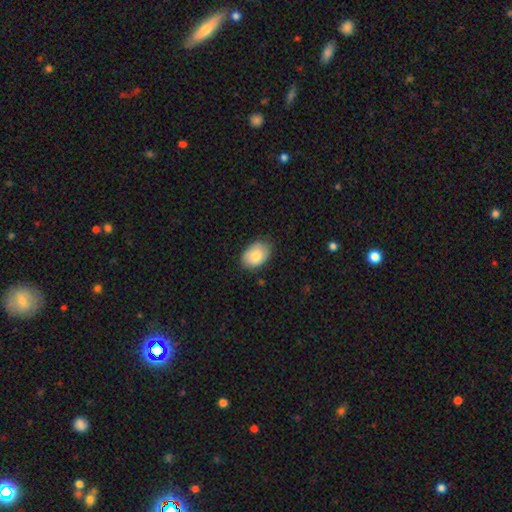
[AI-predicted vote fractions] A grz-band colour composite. It shows a smooth galaxy with no disk features (81%) that is in between round and cigar-shaped (82%). Merging: none (81%).